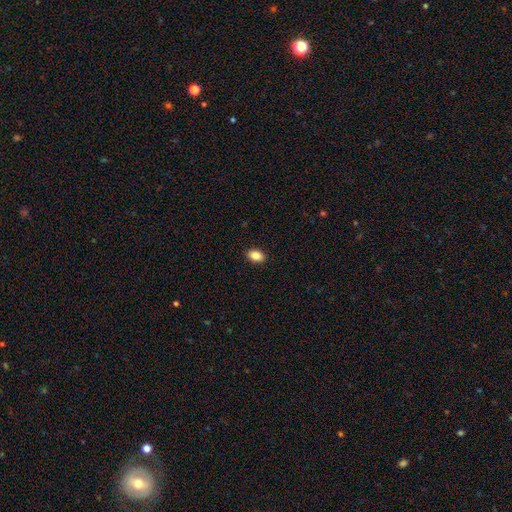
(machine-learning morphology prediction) Smooth or featured?
  - smooth: 88% *
  - star or artifact: 8%
  - featured or disk: 4%
How rounded?
  - in between: 87% *
  - round: 12%
  - cigar-shaped: 1%
Merging?
  - none: 91% *
  - minor disturbance: 7%
  - major disturbance: 2%
  - merger: 1%